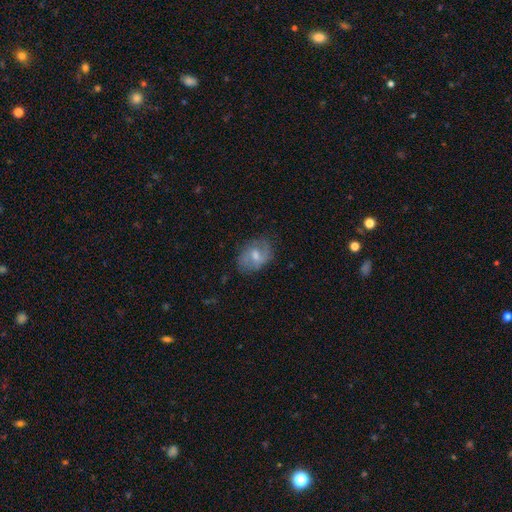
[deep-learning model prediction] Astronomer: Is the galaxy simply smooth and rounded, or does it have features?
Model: featured or disk — 56% (runner-up: smooth, 35%).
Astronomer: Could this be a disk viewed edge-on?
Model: no — 96%.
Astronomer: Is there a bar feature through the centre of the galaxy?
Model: weak — 51% (runner-up: no, 37%).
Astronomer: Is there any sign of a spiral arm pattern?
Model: yes — 76%.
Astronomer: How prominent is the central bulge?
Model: moderate — 60%.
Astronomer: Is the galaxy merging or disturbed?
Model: none — 73%.